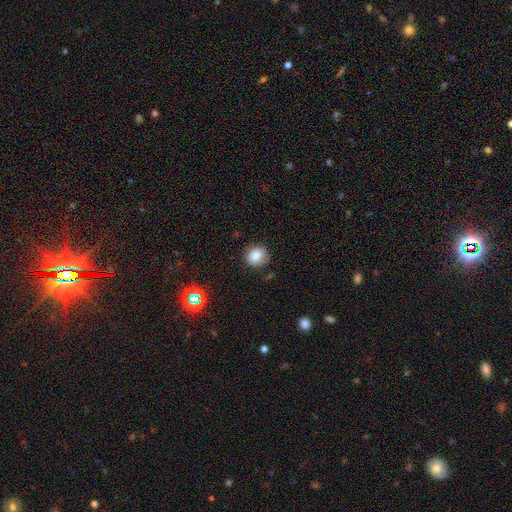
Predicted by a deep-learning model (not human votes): Smooth or featured: smooth — 83% (star or artifact — 11%)
How rounded: round — 78% (in between — 21%)
Merging: none — 81% (minor disturbance — 13%)